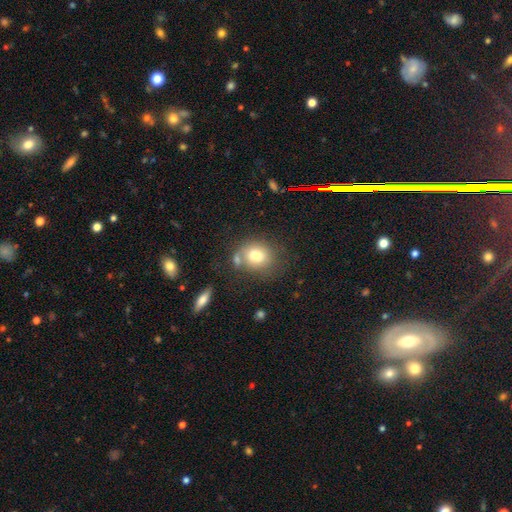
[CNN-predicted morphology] type=smooth (78%); roundness=round (50%); merging=none (55%).